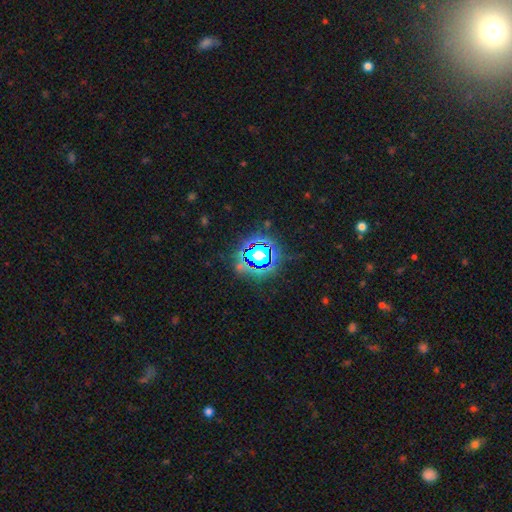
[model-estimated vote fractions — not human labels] Smooth or featured? star or artifact (79%)